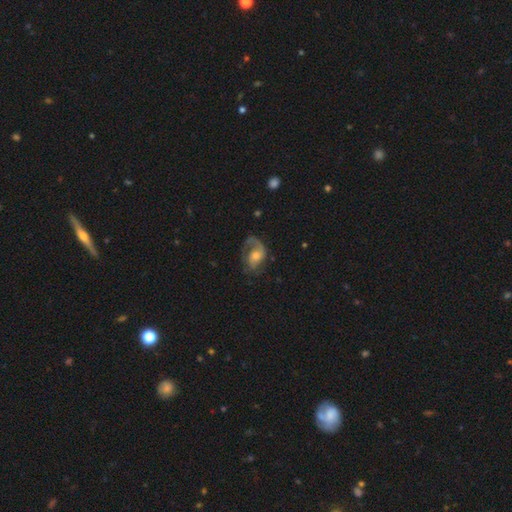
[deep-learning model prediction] This is likely a featured or disk galaxy (71%). It is clearly not viewed edge-on (97%). Bar: likely no (64%). Spiral arm pattern: clearly yes (88%). Spiral arm count: possibly 1 (55%). Spiral winding: marginally medium (41%). Central bulge: possibly moderate (57%). Merging: possibly none (49%).